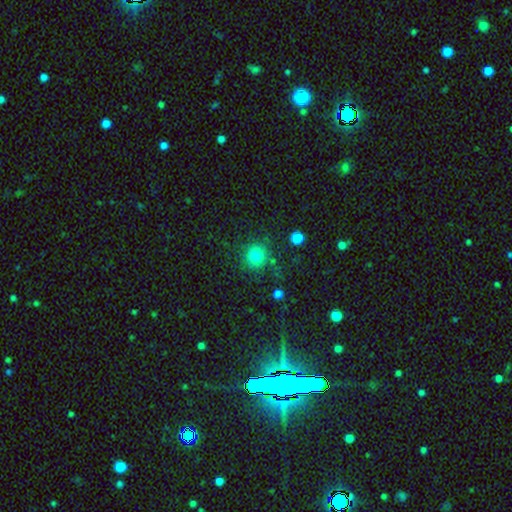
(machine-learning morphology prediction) A smooth galaxy with no disk features (81%) that is round (90%). Merging: none (81%).